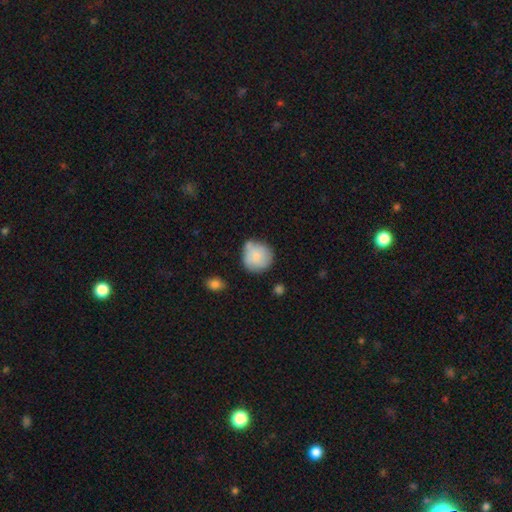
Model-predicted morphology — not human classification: This appears to be a smooth galaxy with no disk features (80%) that is round (91%). Merging: none (61%).